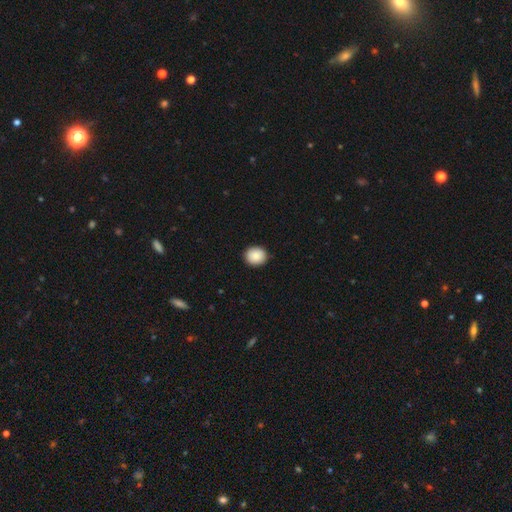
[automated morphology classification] A smooth galaxy with no disk features (88%) that is round (77%). Merging: none (91%).